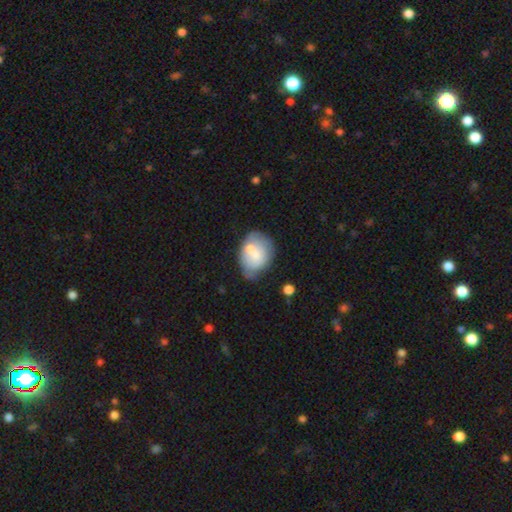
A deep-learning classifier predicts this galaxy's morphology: This appears to be a smooth galaxy with no disk features (59%) that is in between round and cigar-shaped (64%). Merging: none (34%).